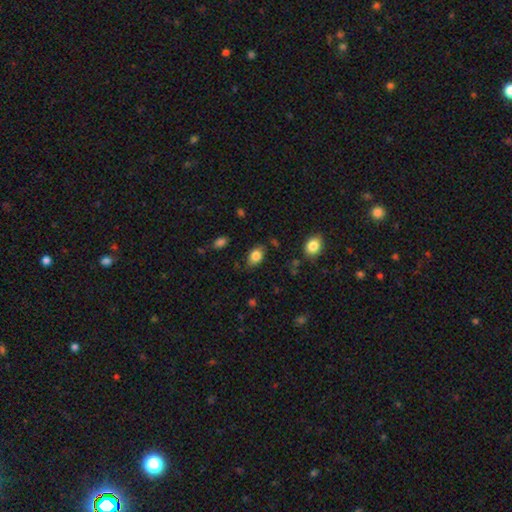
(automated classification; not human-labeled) smooth 83%, star or artifact 9%, featured or disk 9%. Down the decision tree: how rounded — in between (81%); merging — none (77%).